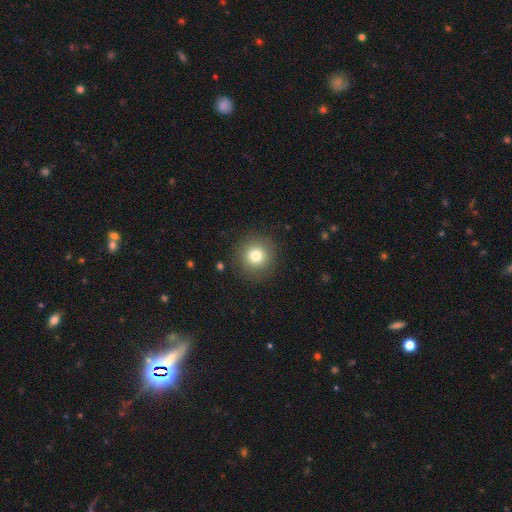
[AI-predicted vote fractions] This is likely a smooth galaxy (78%). How rounded: clearly round (95%). Merging: clearly none (89%).